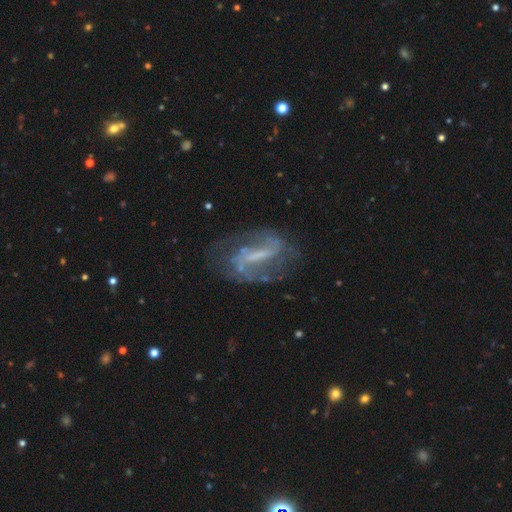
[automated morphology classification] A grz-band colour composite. It shows a featured or disk galaxy (84%) with a strong bar (56%), 2 (82%) medium (43%) spiral arms (90%) and no central bulge (45%). Merging: none (70%).